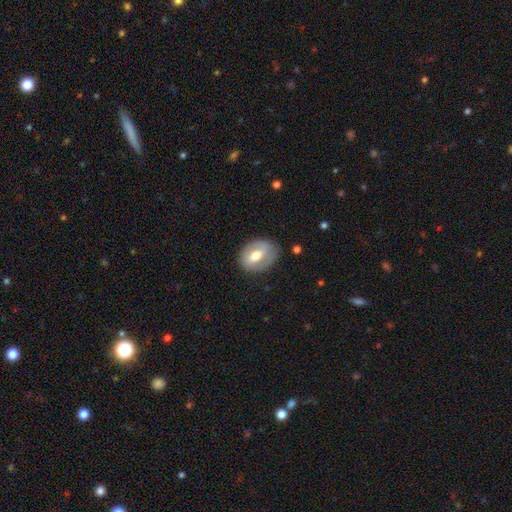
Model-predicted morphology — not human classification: Q: Smooth or featured?
A: smooth (50%); runner-up: featured or disk (44%)
Q: How rounded?
A: in between (69%); runner-up: round (29%)
Q: Merging?
A: none (73%); runner-up: minor disturbance (19%)